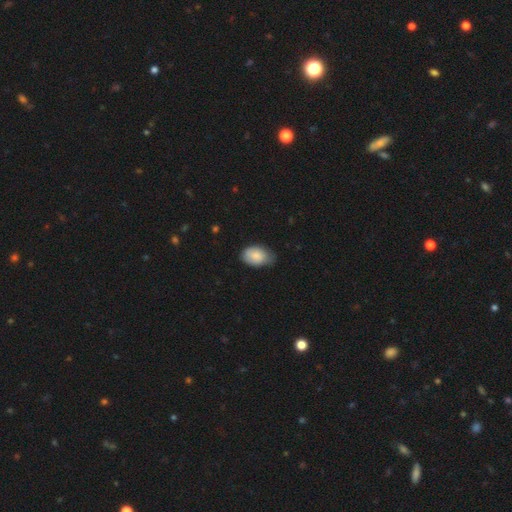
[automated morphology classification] This appears to be a smooth galaxy with no disk features (83%) that is in between round and cigar-shaped (87%). Merging: none (56%).